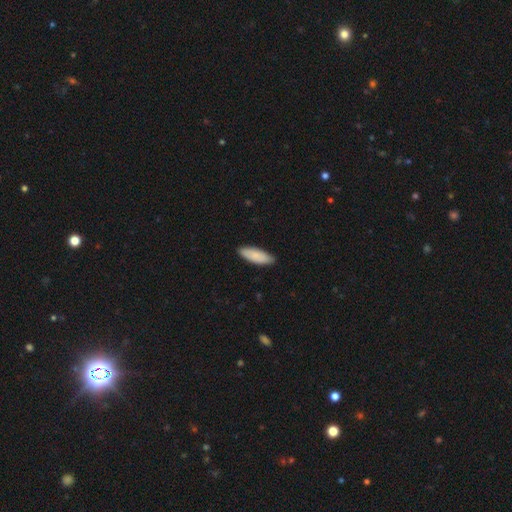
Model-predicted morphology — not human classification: smooth-or-featured: smooth: 87% | featured or disk: 8% | star or artifact: 5%
  how-rounded: in between: 64% | cigar-shaped: 34% | round: 2%
  merging: none: 88% | minor disturbance: 10% | major disturbance: 2% | merger: 1%